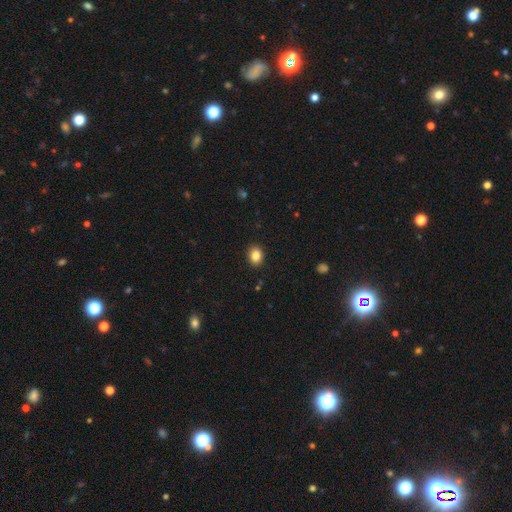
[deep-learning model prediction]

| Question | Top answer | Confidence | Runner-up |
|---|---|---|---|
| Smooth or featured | smooth | 85% | star or artifact (10%) |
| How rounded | in between | 50% | round (49%) |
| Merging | none | 90% | minor disturbance (7%) |